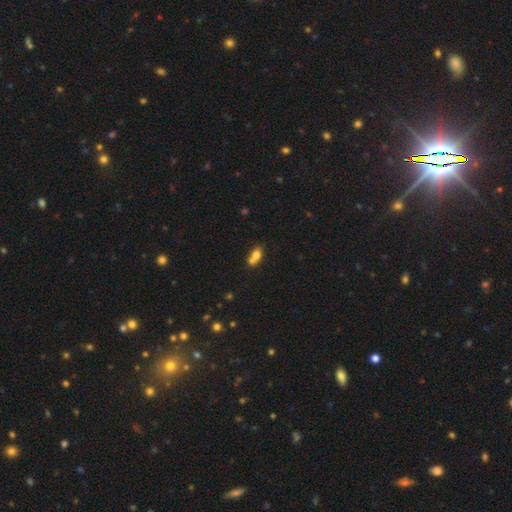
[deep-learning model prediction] Smooth or featured? smooth (71%)
How rounded? in between (64%)
Merging? merger (58%)